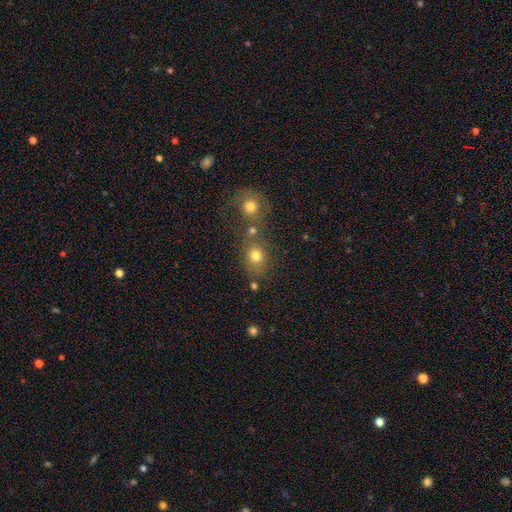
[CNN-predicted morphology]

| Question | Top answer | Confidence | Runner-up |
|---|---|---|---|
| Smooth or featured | smooth | 73% | star or artifact (15%) |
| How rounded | round | 68% | in between (31%) |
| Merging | none | 54% | merger (29%) |